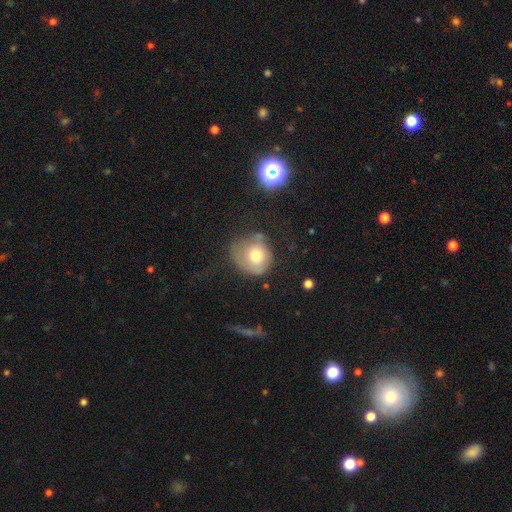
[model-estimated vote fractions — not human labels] smooth-or-featured: smooth: 70% | featured or disk: 20% | star or artifact: 10%
  how-rounded: round: 80% | in between: 19% | cigar-shaped: 1%
  merging: none: 44% | minor disturbance: 30% | major disturbance: 21% | merger: 5%